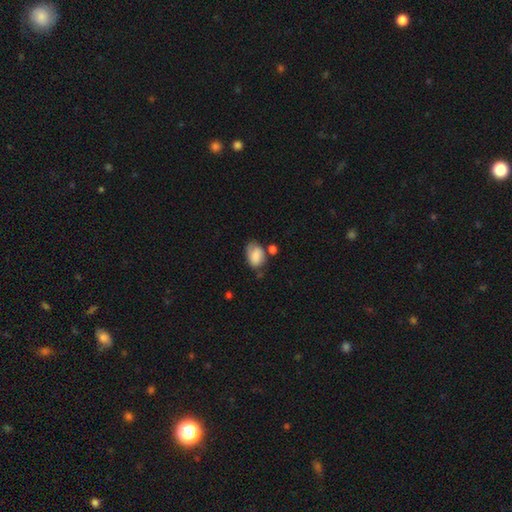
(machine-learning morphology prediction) smooth 79%, featured or disk 13%, star or artifact 8%. Down the decision tree: how rounded — in between (82%); merging — none (49%).